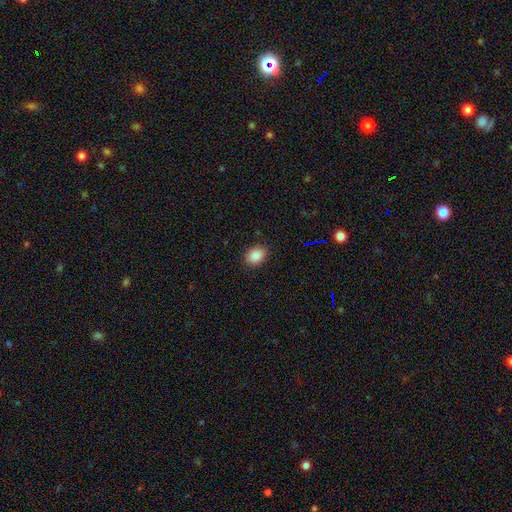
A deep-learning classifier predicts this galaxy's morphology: smooth 88%, star or artifact 9%, featured or disk 4%. Down the decision tree: how rounded — in between (63%); merging — none (87%).